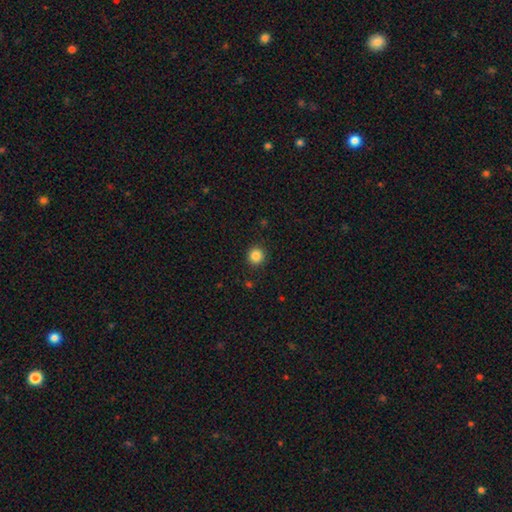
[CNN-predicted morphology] This appears to be a smooth galaxy with no disk features (85%) that is round (94%). Merging: none (91%).